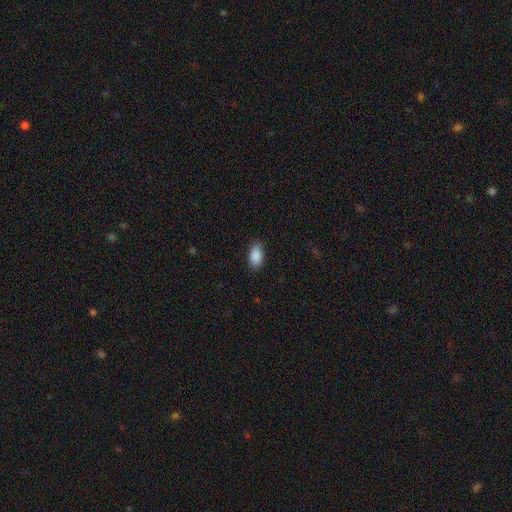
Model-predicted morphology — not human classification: A smooth galaxy with no disk features (89%) that is in between round and cigar-shaped (93%).

Vote fractions:
- Smooth or featured? smooth: 89% / star or artifact: 7% / featured or disk: 4%
- How rounded? in between: 93% / round: 4% / cigar-shaped: 4%
- Merging? none: 86% / minor disturbance: 11% / major disturbance: 2% / merger: 1%